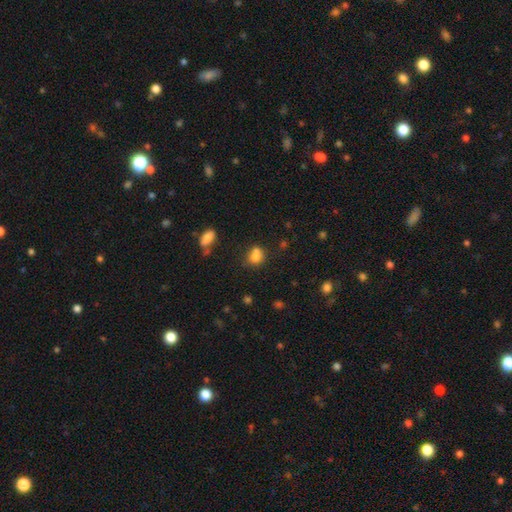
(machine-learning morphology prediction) This appears to be a smooth galaxy with no disk features (77%) that is round (60%). Merging: none (40%).